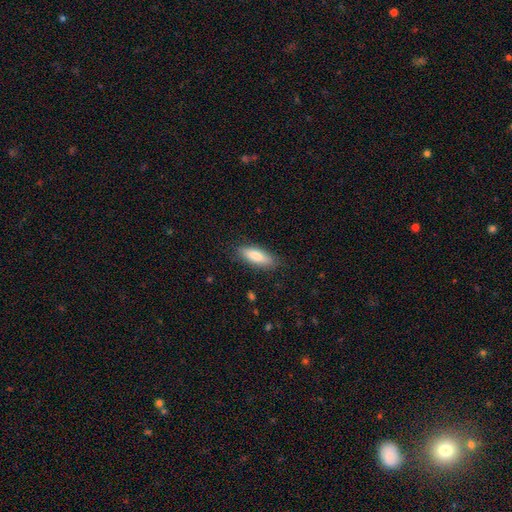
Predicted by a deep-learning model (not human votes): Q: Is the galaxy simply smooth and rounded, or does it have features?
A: smooth — 81%.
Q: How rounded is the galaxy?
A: in between — 60%.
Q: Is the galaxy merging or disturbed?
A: none — 84%.